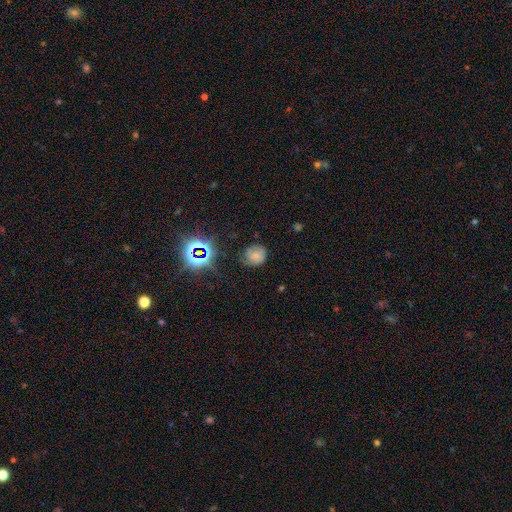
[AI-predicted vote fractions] Smooth or featured? Predicted: smooth (p=0.50). Merging? Predicted: none (p=0.62).